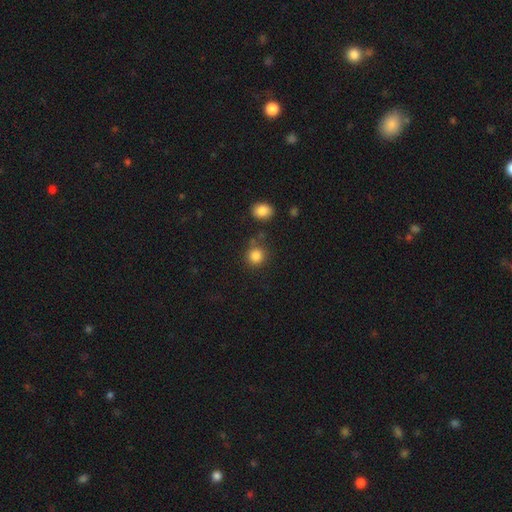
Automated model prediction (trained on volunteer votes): smooth 85%, star or artifact 11%, featured or disk 4%. Down the decision tree: how rounded — round (89%); merging — none (78%).